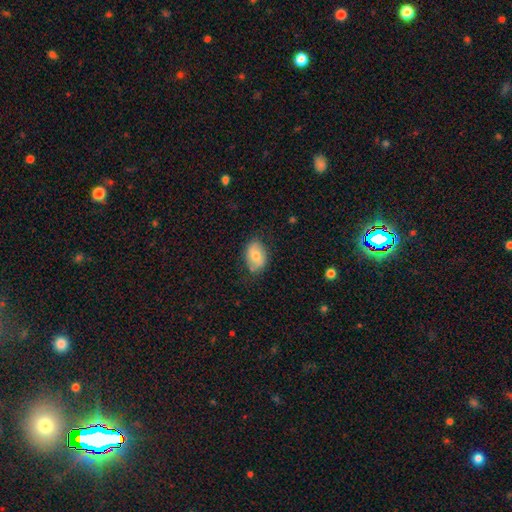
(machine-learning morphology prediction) smooth_or_featured: smooth (p=0.68) [alt: featured or disk p=0.25]
how_rounded: in between (p=0.84) [alt: round p=0.15]
merging: none (p=0.72) [alt: minor disturbance p=0.21]